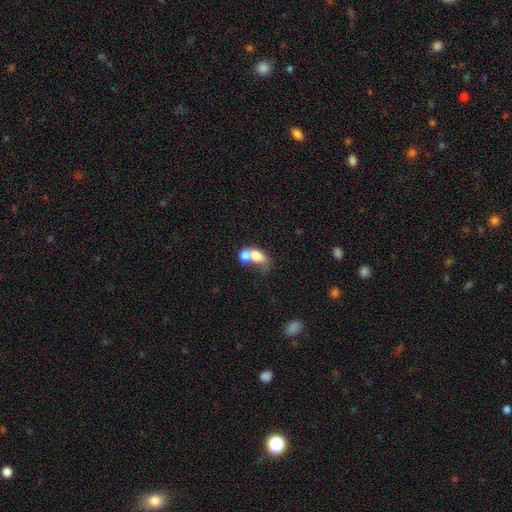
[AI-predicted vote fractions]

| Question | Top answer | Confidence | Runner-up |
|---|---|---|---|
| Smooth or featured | smooth | 70% | featured or disk (21%) |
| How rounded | in between | 68% | round (30%) |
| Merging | merger | 70% | none (16%) |